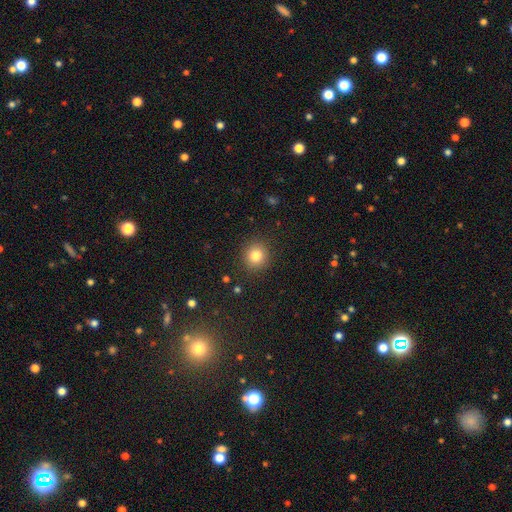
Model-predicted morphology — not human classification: Q: Smooth or featured?
A: smooth (81%); runner-up: star or artifact (12%)
Q: How rounded?
A: round (90%); runner-up: in between (9%)
Q: Merging?
A: none (90%); runner-up: minor disturbance (6%)